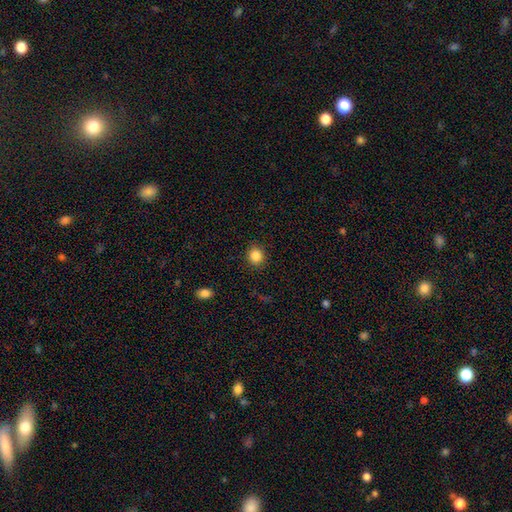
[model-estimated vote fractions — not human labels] Smooth or featured? smooth (86%)
How rounded? round (83%)
Merging? none (90%)